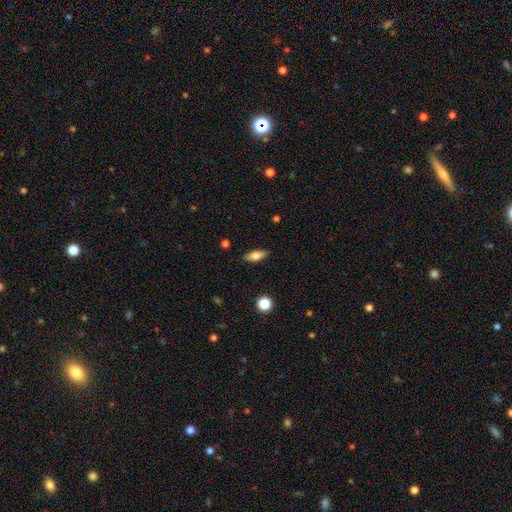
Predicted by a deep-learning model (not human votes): A smooth galaxy with no disk features (72%) that is in between round and cigar-shaped (73%).

Vote fractions:
- Smooth or featured? smooth: 72% / featured or disk: 21% / star or artifact: 7%
- How rounded? in between: 73% / cigar-shaped: 24% / round: 3%
- Merging? none: 88% / minor disturbance: 9% / major disturbance: 2% / merger: 1%